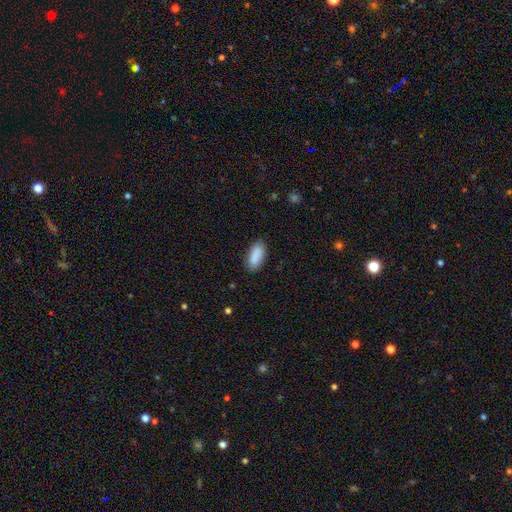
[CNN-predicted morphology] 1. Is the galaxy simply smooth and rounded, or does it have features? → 87% smooth, 7% star or artifact, 6% featured or disk.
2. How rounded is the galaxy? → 87% in between, 11% cigar-shaped, 2% round.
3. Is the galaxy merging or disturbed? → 80% none, 15% minor disturbance, 3% major disturbance, 2% merger.